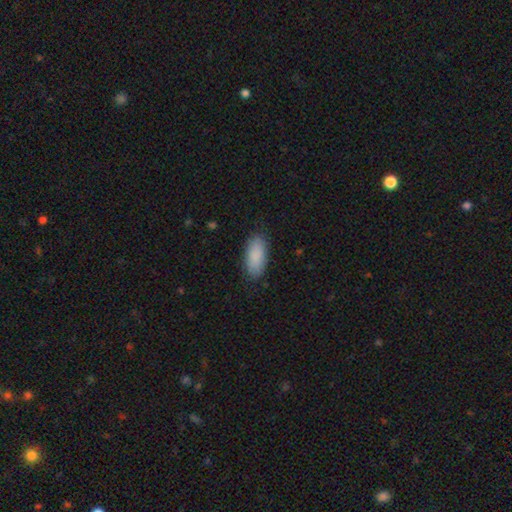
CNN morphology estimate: Q: Smooth or featured?
A: smooth (89%); runner-up: star or artifact (6%)
Q: How rounded?
A: in between (89%); runner-up: cigar-shaped (9%)
Q: Merging?
A: none (86%); runner-up: minor disturbance (11%)